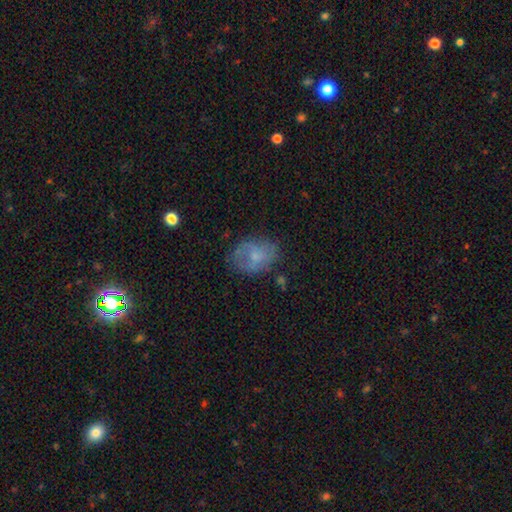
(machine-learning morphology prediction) smooth-or-featured: smooth: 51% | featured or disk: 40% | star or artifact: 9%
  how-rounded: in between: 68% | round: 30% | cigar-shaped: 1%
  merging: none: 58% | minor disturbance: 26% | major disturbance: 13% | merger: 3%